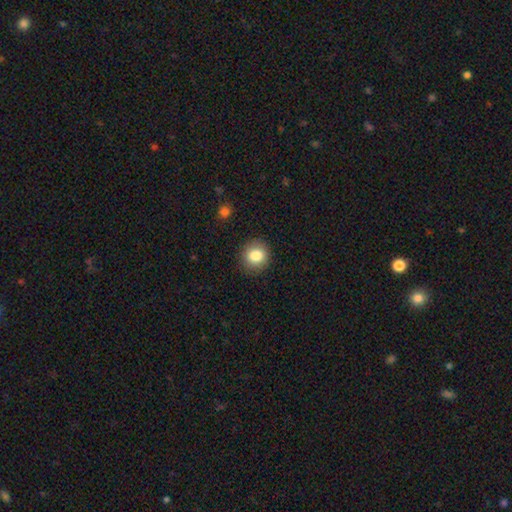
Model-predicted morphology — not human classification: type=smooth (83%); roundness=round (86%); merging=none (88%).